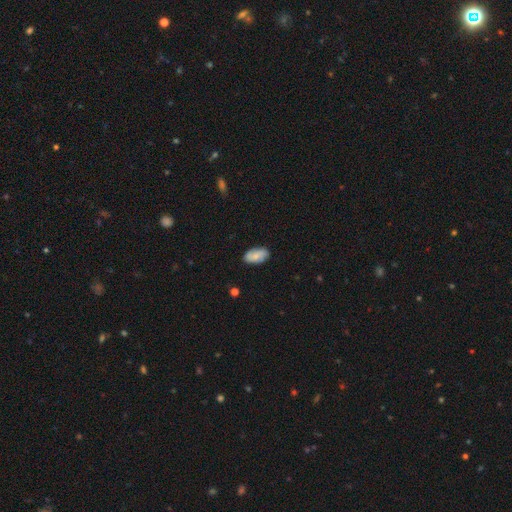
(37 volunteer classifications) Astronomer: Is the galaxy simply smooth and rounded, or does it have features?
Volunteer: smooth — 76%.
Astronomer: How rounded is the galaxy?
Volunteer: in between — 93%.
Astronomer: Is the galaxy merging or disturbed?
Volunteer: none — 76%.